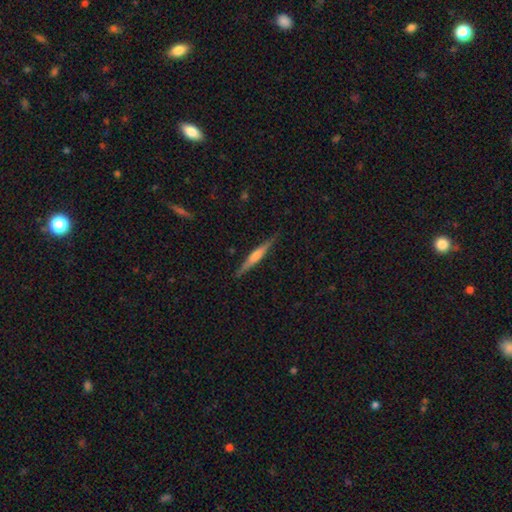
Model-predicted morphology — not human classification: Smooth or featured? Predicted: featured or disk (p=0.63). Edge-on disk? Predicted: yes (p=0.98). Edge-on bulge? Predicted: rounded (p=0.59). Merging? Predicted: none (p=0.89).